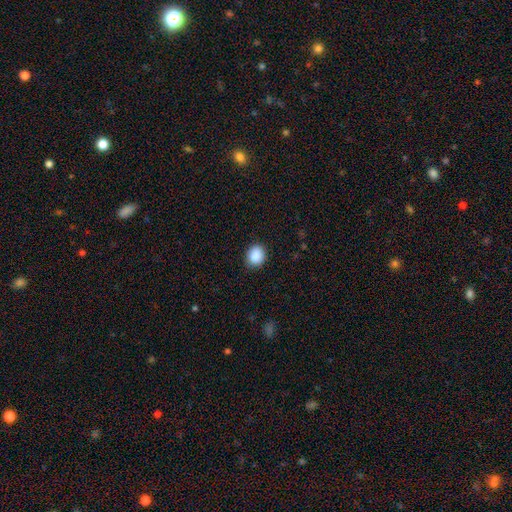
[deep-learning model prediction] This is clearly a smooth galaxy (89%). How rounded: likely round (61%). Merging: clearly none (86%).